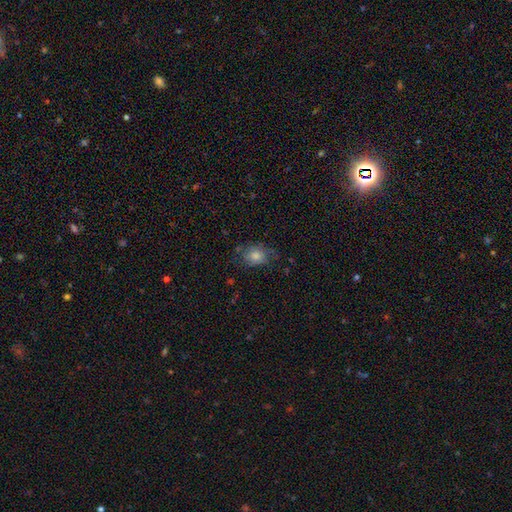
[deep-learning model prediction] Q: Smooth or featured?
A: smooth (76%); runner-up: featured or disk (14%)
Q: How rounded?
A: in between (58%); runner-up: round (41%)
Q: Merging?
A: none (58%); runner-up: minor disturbance (28%)